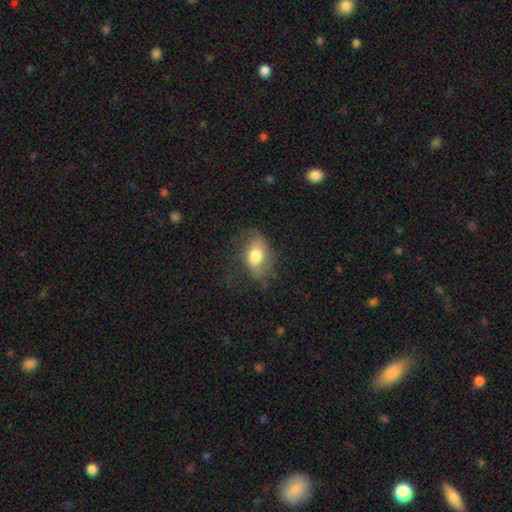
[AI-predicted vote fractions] Q: Smooth or featured?
A: smooth (71%); runner-up: featured or disk (20%)
Q: How rounded?
A: in between (82%); runner-up: round (15%)
Q: Merging?
A: none (54%); runner-up: minor disturbance (27%)